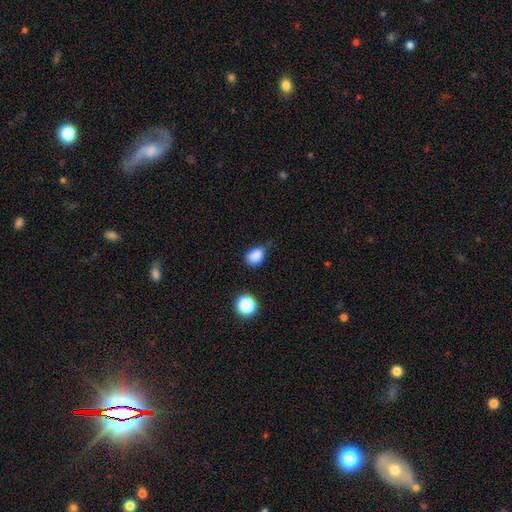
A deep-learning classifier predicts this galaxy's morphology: A smooth galaxy with no disk features (85%) that is in between round and cigar-shaped (70%). Merging: none (54%).